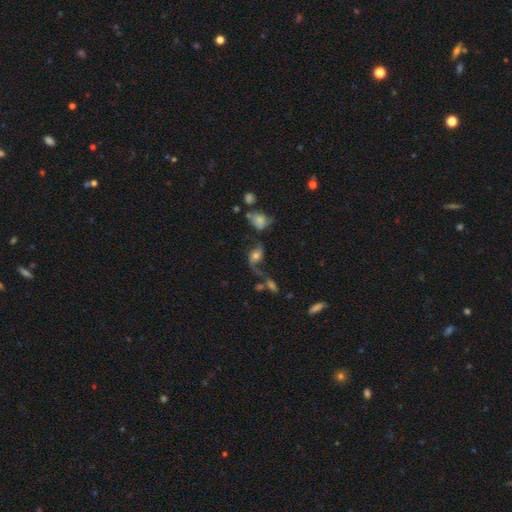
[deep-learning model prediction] smooth_or_featured: featured or disk (p=0.55) [alt: smooth p=0.33]
disk_edge_on: no (p=0.95) [alt: yes p=0.05]
bar: no (p=0.64) [alt: weak p=0.28]
has_spiral_arms: yes (p=0.80) [alt: no p=0.20]
bulge_size: moderate (p=0.52) [alt: small p=0.20]
merging: none (p=0.35) [alt: major disturbance p=0.28]